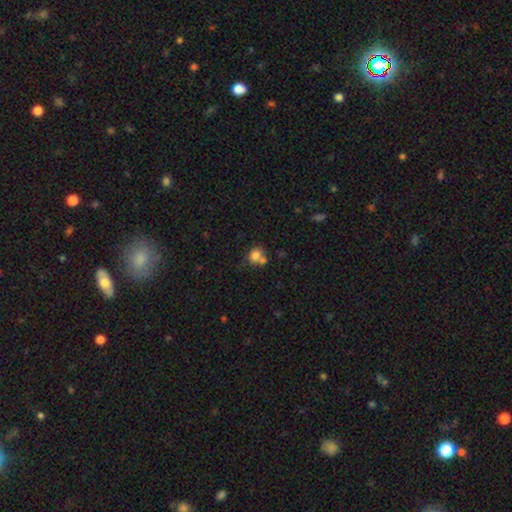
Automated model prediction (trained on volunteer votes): Morphology: type=smooth (77%); roundness=round (67%); merging=merger (43%).